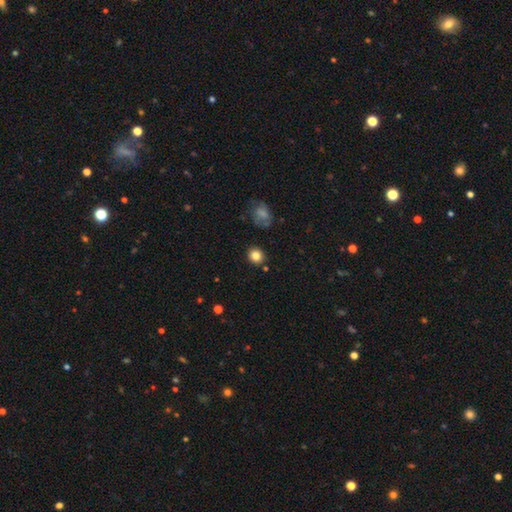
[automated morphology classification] smooth-or-featured: smooth: 83% | star or artifact: 11% | featured or disk: 6%
  how-rounded: round: 84% | in between: 15% | cigar-shaped: 1%
  merging: none: 87% | minor disturbance: 8% | merger: 3% | major disturbance: 2%